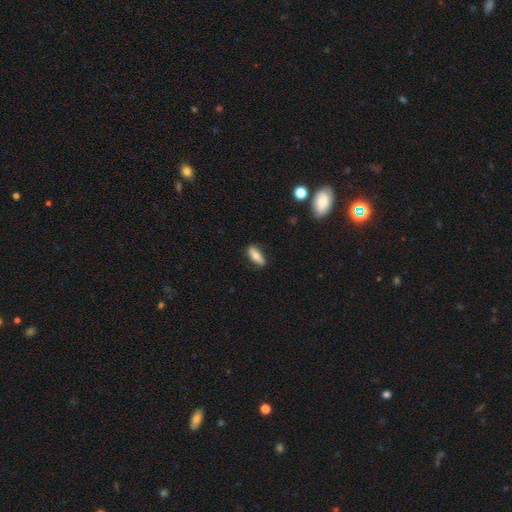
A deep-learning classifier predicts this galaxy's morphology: A smooth galaxy with no disk features (69%) that is in between round and cigar-shaped (62%). Merging: none (82%).